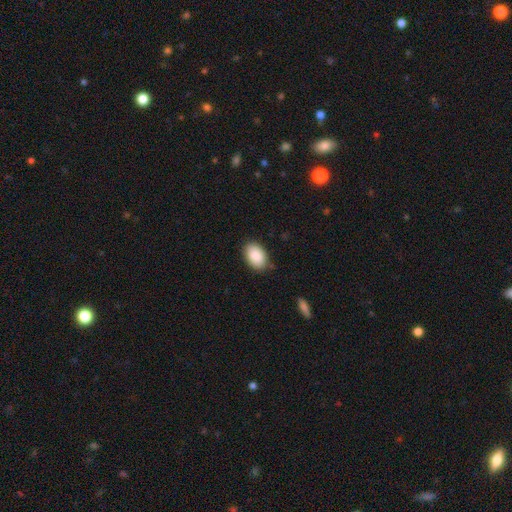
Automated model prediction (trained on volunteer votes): A smooth galaxy with no disk features (89%) that is in between round and cigar-shaped (89%). Merging: none (83%).